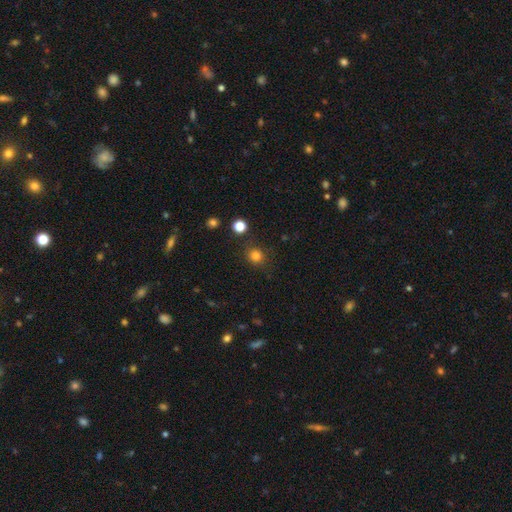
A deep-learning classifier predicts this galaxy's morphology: This is clearly a smooth galaxy (81%). How rounded: clearly round (86%). Merging: clearly none (85%).